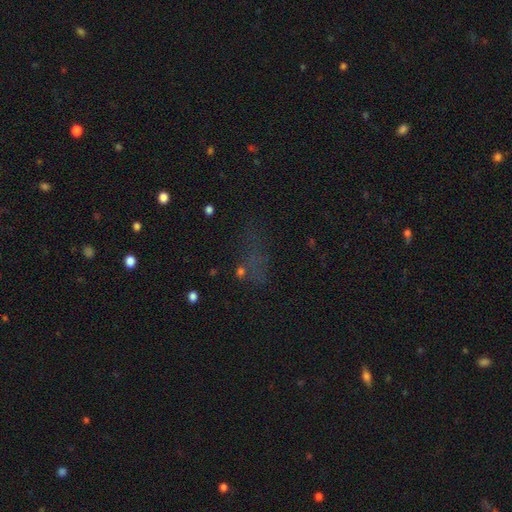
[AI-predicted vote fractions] This appears to be a star or artifact, not a galaxy (52%).